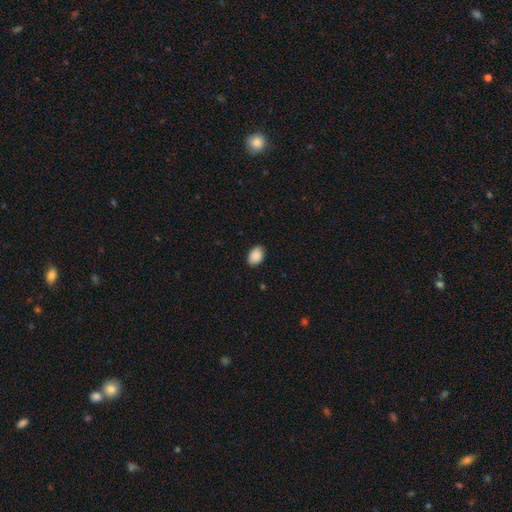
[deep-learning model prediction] Smooth or featured?
  - smooth: 89% *
  - star or artifact: 7%
  - featured or disk: 4%
How rounded?
  - in between: 81% *
  - round: 18%
  - cigar-shaped: 1%
Merging?
  - none: 81% *
  - minor disturbance: 15%
  - major disturbance: 3%
  - merger: 1%